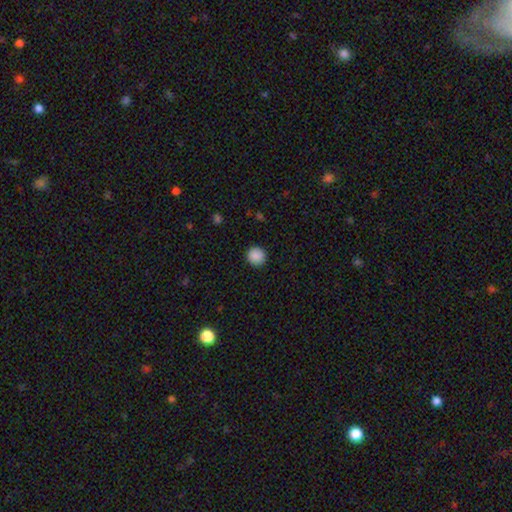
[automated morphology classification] smooth 89%, star or artifact 9%, featured or disk 2%. Down the decision tree: how rounded — round (94%); merging — none (92%).